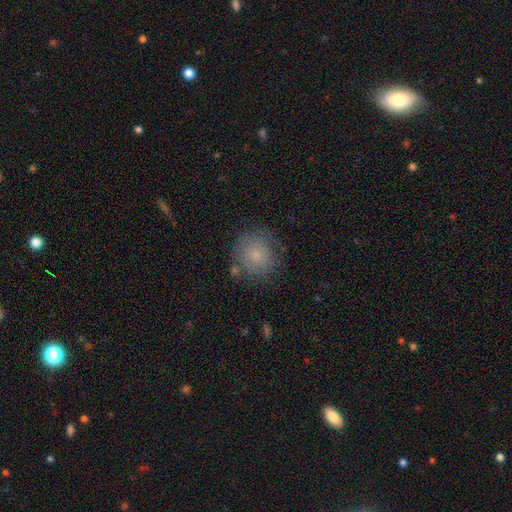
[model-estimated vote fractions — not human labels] smooth_or_featured: smooth (p=0.72) [alt: featured or disk p=0.17]
how_rounded: round (p=0.86) [alt: in between p=0.13]
merging: none (p=0.74) [alt: minor disturbance p=0.17]